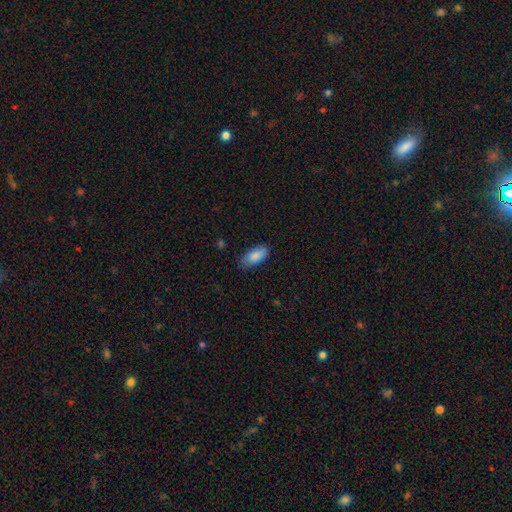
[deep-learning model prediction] Smooth or featured?
  - smooth: 87% *
  - featured or disk: 7%
  - star or artifact: 6%
How rounded?
  - in between: 86% *
  - cigar-shaped: 12%
  - round: 2%
Merging?
  - none: 77% *
  - minor disturbance: 18%
  - major disturbance: 3%
  - merger: 1%